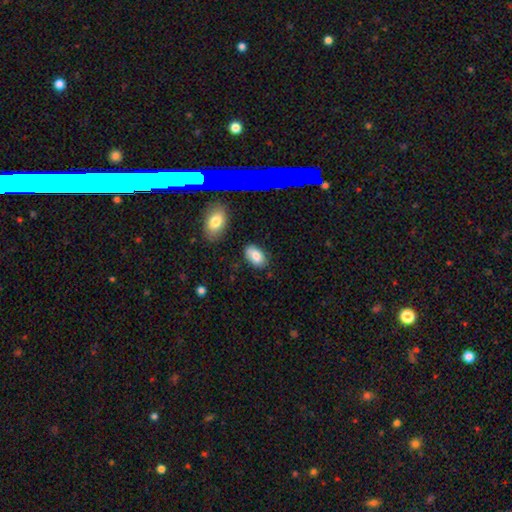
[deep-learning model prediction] Smooth or featured? Predicted: smooth (p=0.81). How rounded? Predicted: in between (p=0.91). Merging? Predicted: none (p=0.76).